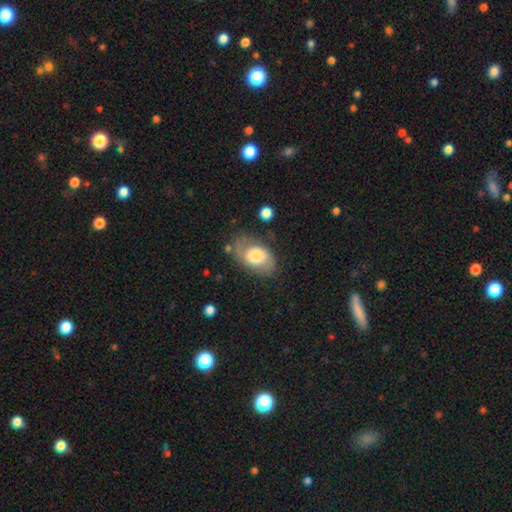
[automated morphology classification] A smooth galaxy with no disk features (50%) that is in between round and cigar-shaped (84%). Merging: none (62%).